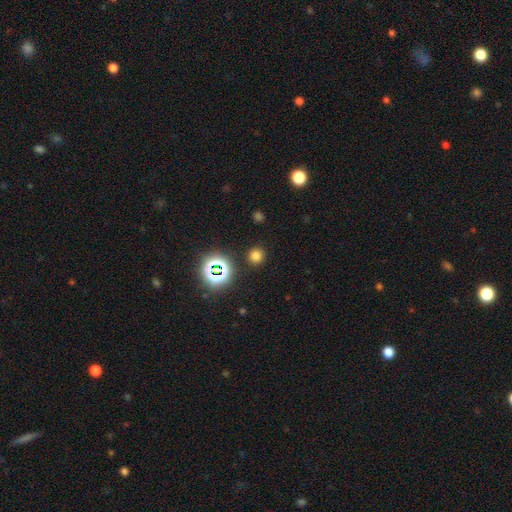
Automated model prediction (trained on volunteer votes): This is likely a smooth galaxy (71%). How rounded: clearly round (90%). Merging: clearly none (89%).